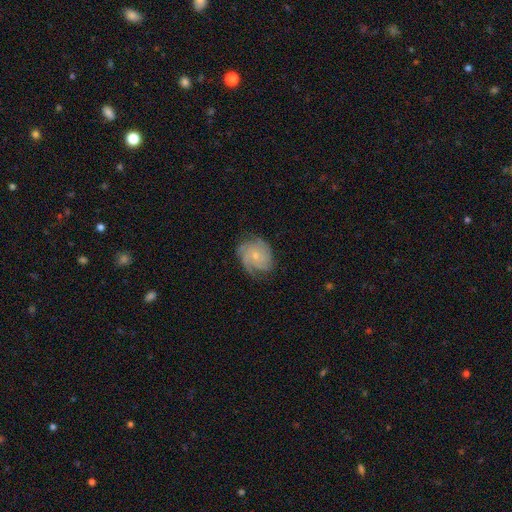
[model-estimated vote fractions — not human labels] Smooth or featured: featured or disk — 80% (smooth — 14%)
Edge-on disk: no — 98% (yes — 2%)
Bar: no — 79% (weak — 19%)
Spiral arms: yes — 96% (no — 4%)
Spiral winding: tight — 59% (medium — 33%)
Spiral arm count: 3 — 38% (can't tell — 19%)
Bulge size: small — 70% (moderate — 26%)
Merging: none — 72% (minor disturbance — 19%)